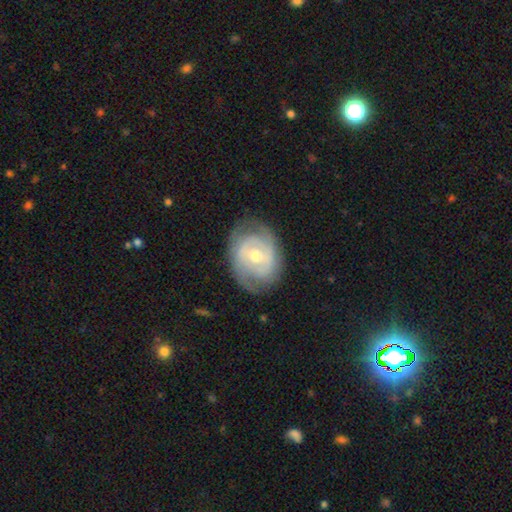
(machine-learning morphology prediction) Smooth or featured? featured or disk (77%)
Edge-on disk? no (96%)
Bar? no (51%)
Spiral arms? yes (83%)
Spiral winding? tight (59%)
Spiral arm count? 2 (52%)
Bulge size? moderate (66%)
Merging? none (74%)